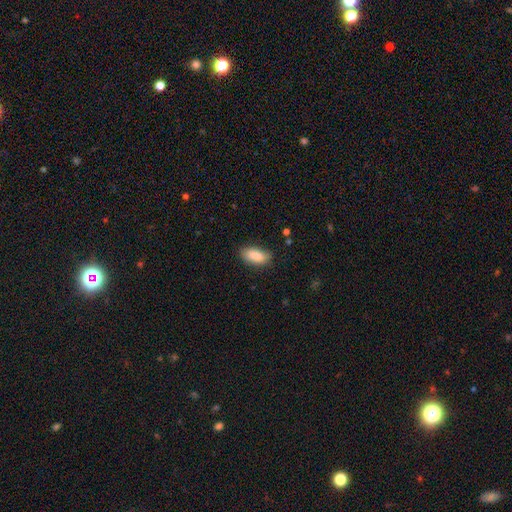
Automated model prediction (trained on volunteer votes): Overall: smooth (88%). How rounded: in between (89%). Merging: none (80%).